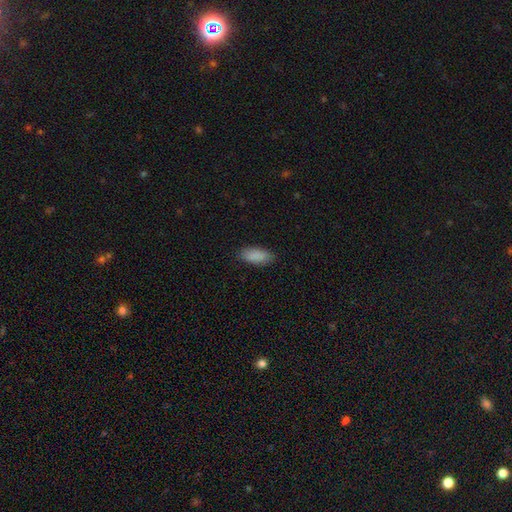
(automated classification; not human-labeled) Q: Smooth or featured?
A: smooth (89%); runner-up: star or artifact (6%)
Q: How rounded?
A: in between (82%); runner-up: cigar-shaped (16%)
Q: Merging?
A: none (86%); runner-up: minor disturbance (11%)